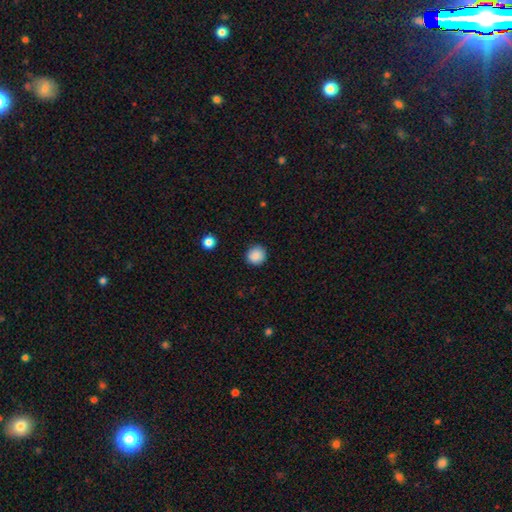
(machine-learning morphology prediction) A smooth galaxy with no disk features (88%) that is round (91%). Merging: none (90%).